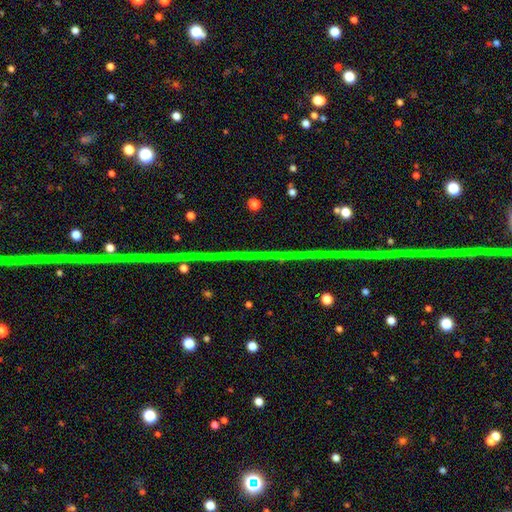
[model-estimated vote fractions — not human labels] A star or artifact, not a galaxy (78%).